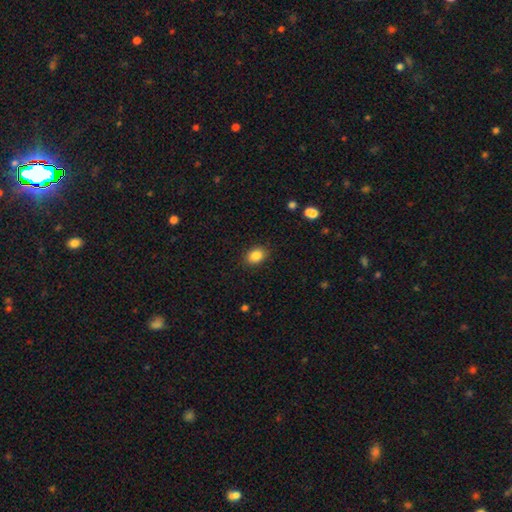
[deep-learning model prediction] This appears to be a smooth galaxy with no disk features (86%) that is in between round and cigar-shaped (69%). Merging: none (88%).